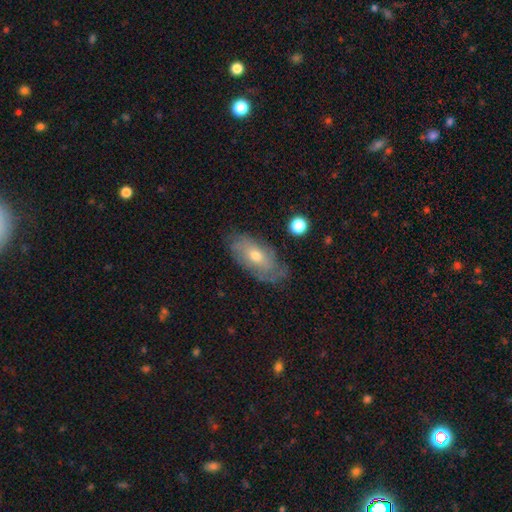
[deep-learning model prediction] Morphology: type=featured or disk (49%); merging=none (68%).